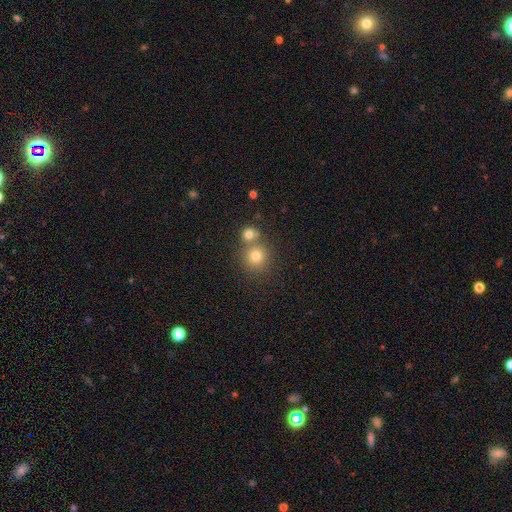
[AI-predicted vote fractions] Morphology: type=smooth (77%); roundness=round (91%); merging=none (59%).